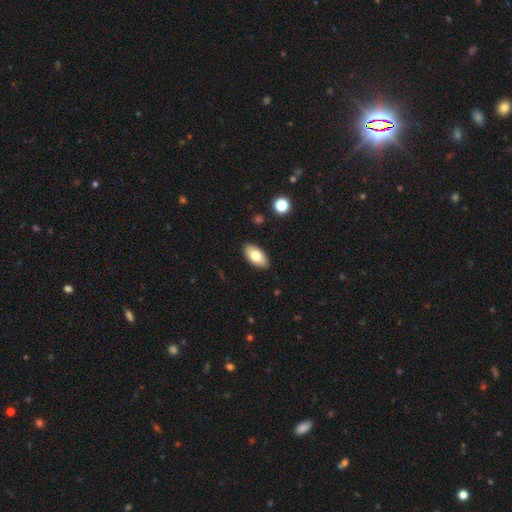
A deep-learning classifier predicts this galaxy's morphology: smooth-or-featured: smooth: 75% | featured or disk: 18% | star or artifact: 7%
  how-rounded: in between: 94% | round: 3% | cigar-shaped: 3%
  merging: none: 89% | minor disturbance: 8% | major disturbance: 2% | merger: 1%